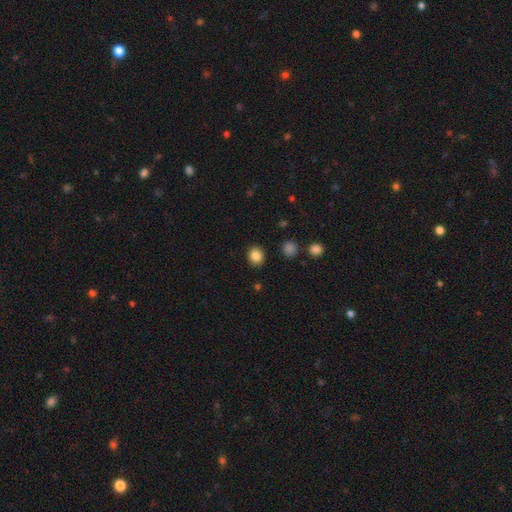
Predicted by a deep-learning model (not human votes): A smooth galaxy with no disk features (86%) that is round (72%). Merging: none (90%).